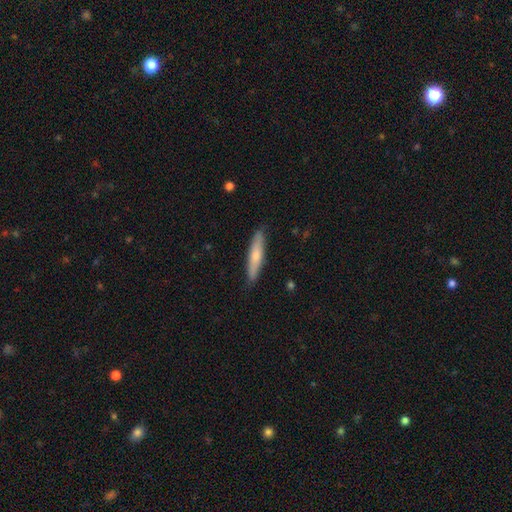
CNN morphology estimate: The model was most divided on "smooth or featured": smooth: 64%, featured or disk: 31%, star or artifact: 5%. More confident: merging — none (88%); how rounded — cigar-shaped (88%).